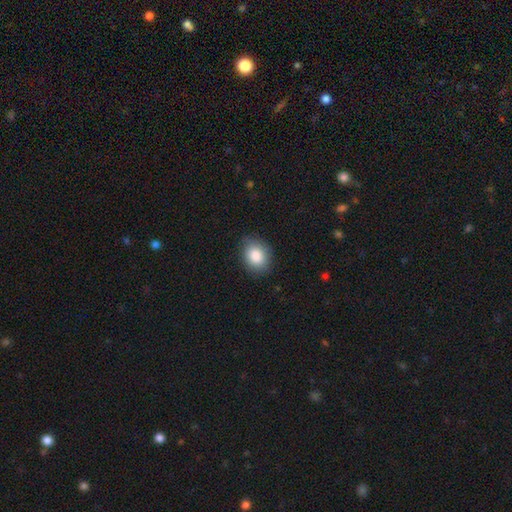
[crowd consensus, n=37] Overall: smooth (86%). How rounded: in between (53%; round 47%). Merging: none (94%).